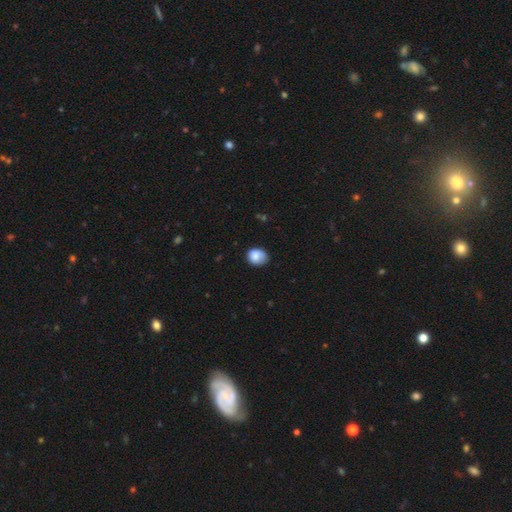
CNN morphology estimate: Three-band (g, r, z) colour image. It shows a smooth galaxy with no disk features (82%) that is round (56%). Merging: none (62%).